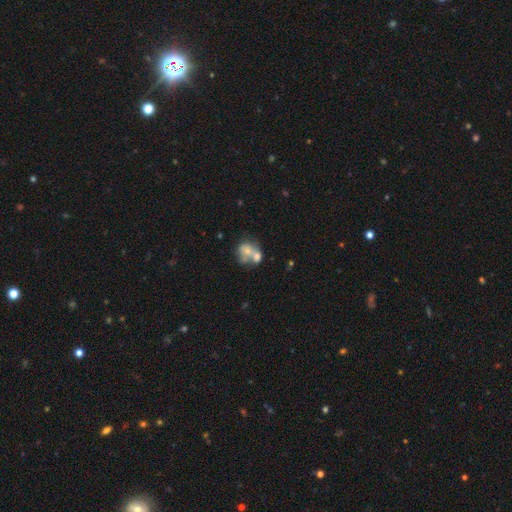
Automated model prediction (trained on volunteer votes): Smooth or featured? smooth (58%)
How rounded? round (50%)
Merging? merger (63%)